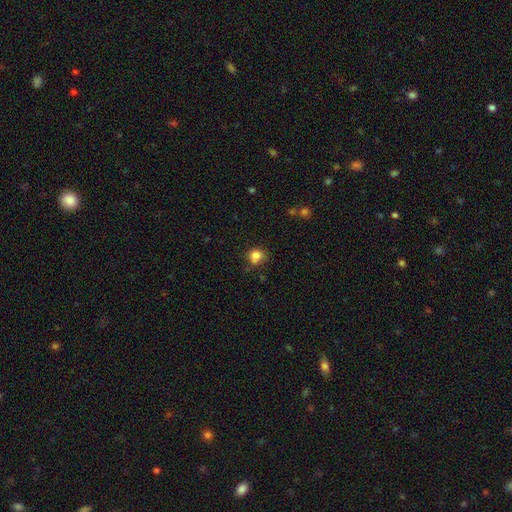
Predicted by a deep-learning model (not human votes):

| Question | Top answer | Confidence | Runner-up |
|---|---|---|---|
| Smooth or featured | smooth | 80% | star or artifact (12%) |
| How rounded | round | 78% | in between (21%) |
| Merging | none | 60% | minor disturbance (21%) |